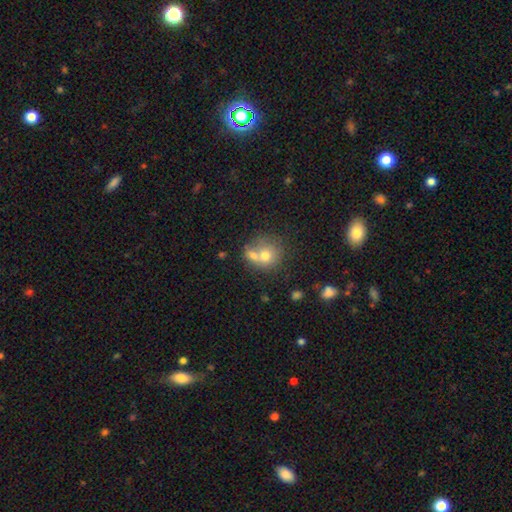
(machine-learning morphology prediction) This appears to be a smooth galaxy with no disk features (64%) that is round (79%). Merging: merger (51%).